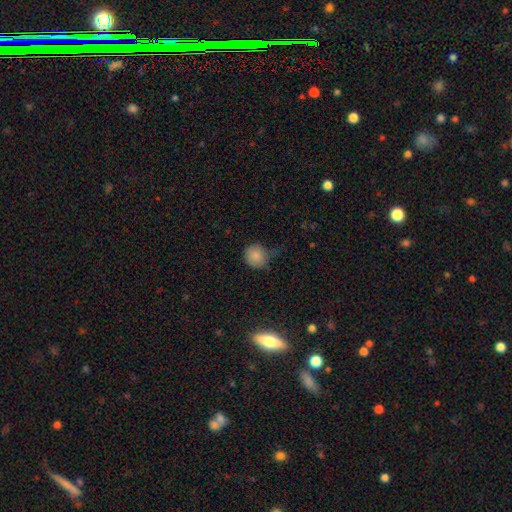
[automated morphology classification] Overall: smooth (84%). How rounded: round (90%). Merging: none (55%; minor disturbance 31%).